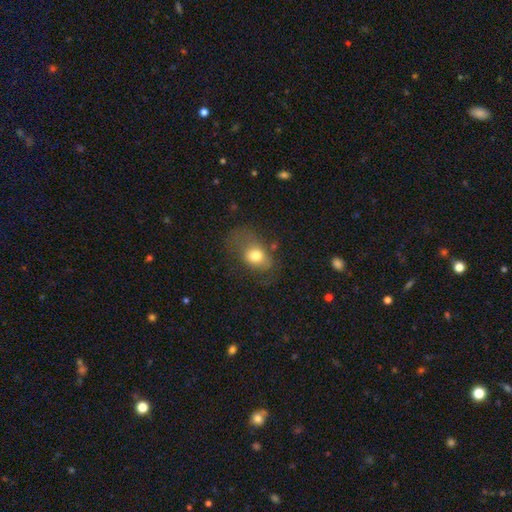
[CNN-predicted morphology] smooth-or-featured: smooth: 72% | featured or disk: 18% | star or artifact: 10%
  how-rounded: in between: 63% | round: 35% | cigar-shaped: 1%
  merging: none: 42% | major disturbance: 29% | minor disturbance: 26% | merger: 3%